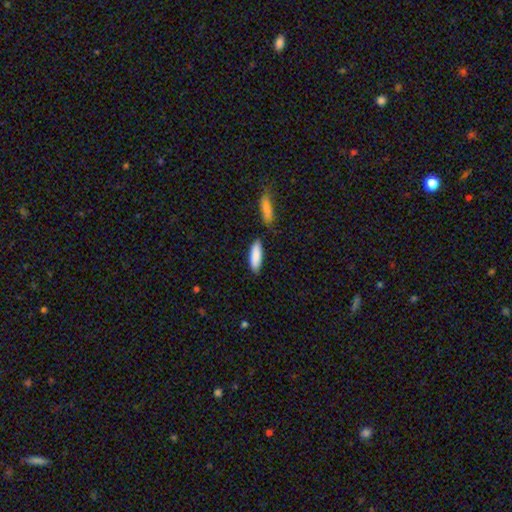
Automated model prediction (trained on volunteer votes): smooth_or_featured: smooth (p=0.87) [alt: featured or disk p=0.07]
how_rounded: in between (p=0.55) [alt: cigar-shaped p=0.43]
merging: none (p=0.77) [alt: minor disturbance p=0.12]